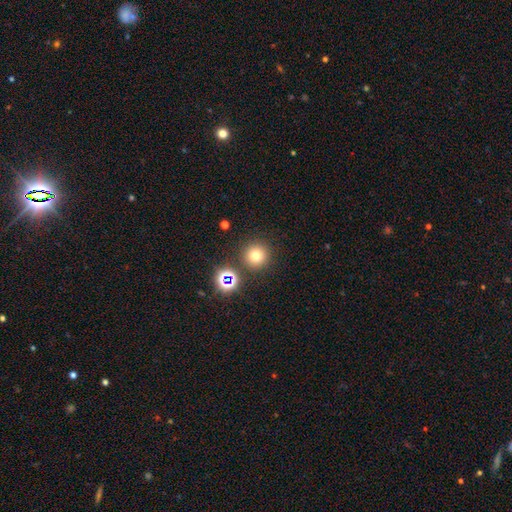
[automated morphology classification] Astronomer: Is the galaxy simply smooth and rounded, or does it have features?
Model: smooth — 72%.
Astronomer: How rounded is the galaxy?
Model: round — 95%.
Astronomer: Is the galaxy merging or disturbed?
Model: none — 86%.